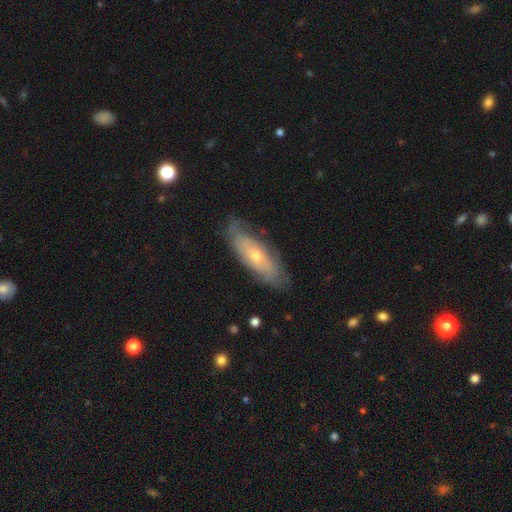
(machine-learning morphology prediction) This is possibly a featured or disk galaxy (55%). It is likely not viewed edge-on (70%). Merging: likely none (72%).